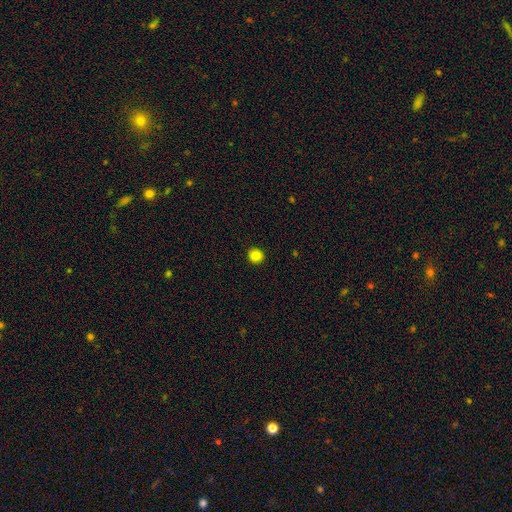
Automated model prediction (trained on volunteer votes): This is clearly a smooth galaxy (85%). How rounded: clearly round (91%). Merging: clearly none (92%).